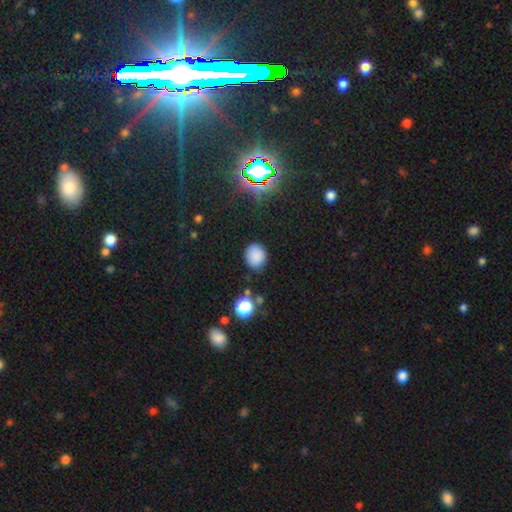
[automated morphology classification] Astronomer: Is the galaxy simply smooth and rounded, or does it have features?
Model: smooth — 83%.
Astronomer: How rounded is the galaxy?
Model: round — 65%.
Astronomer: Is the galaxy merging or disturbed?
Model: none — 80%.